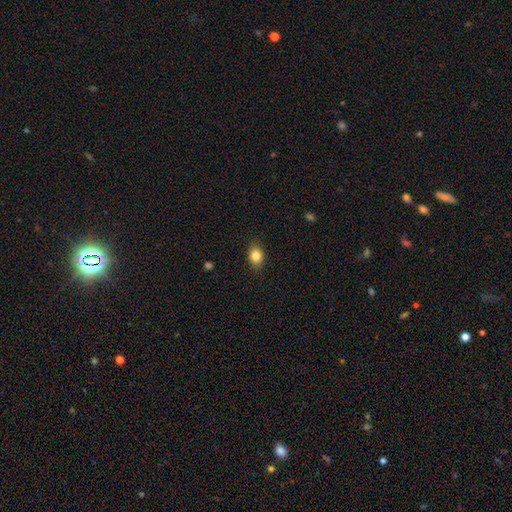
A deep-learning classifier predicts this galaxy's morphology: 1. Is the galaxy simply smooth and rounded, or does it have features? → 84% smooth, 9% star or artifact, 7% featured or disk.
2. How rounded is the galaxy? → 70% in between, 29% round, 2% cigar-shaped.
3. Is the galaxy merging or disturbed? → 87% none, 10% minor disturbance, 2% major disturbance, 1% merger.